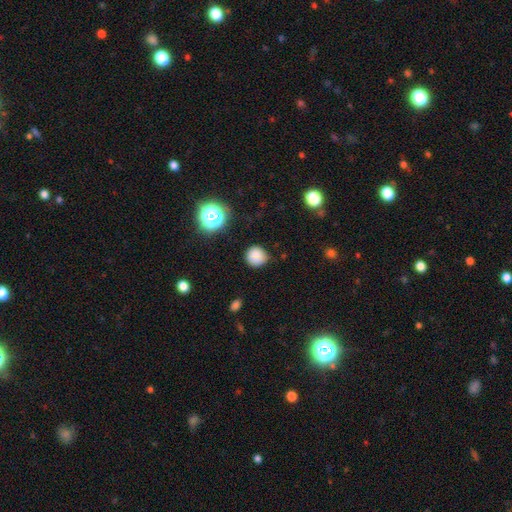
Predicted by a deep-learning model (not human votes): Smooth or featured? Predicted: smooth (p=0.84). How rounded? Predicted: round (p=0.92). Merging? Predicted: none (p=0.80).